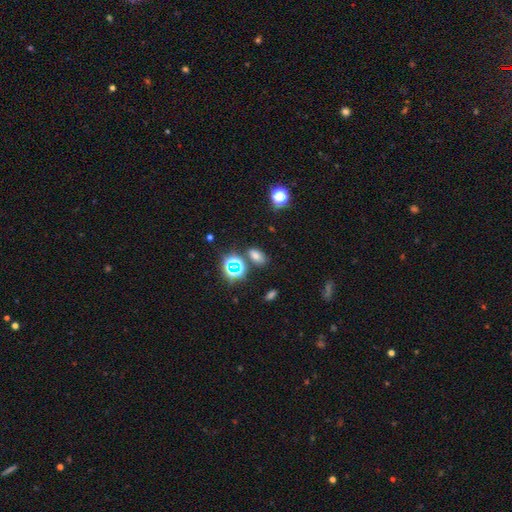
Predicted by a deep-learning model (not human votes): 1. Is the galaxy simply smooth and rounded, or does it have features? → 62% smooth, 29% star or artifact, 9% featured or disk.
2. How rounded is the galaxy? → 82% in between, 16% round, 3% cigar-shaped.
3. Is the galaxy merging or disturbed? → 77% none, 12% minor disturbance, 8% merger, 4% major disturbance.